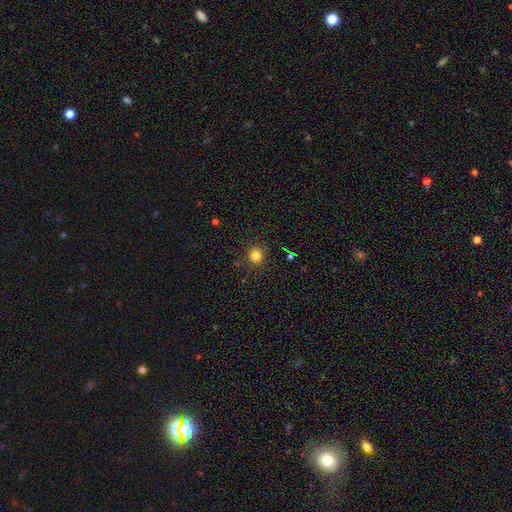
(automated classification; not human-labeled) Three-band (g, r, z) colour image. It shows a smooth galaxy with no disk features (81%) that is round (92%). Merging: none (90%).